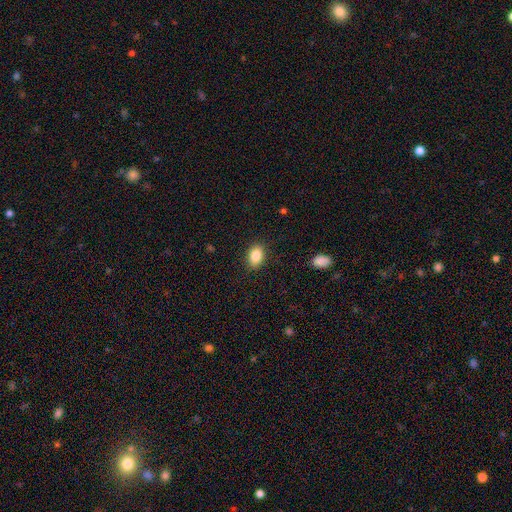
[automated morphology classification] This appears to be a smooth galaxy with no disk features (86%) that is in between round and cigar-shaped (84%). Merging: none (88%).